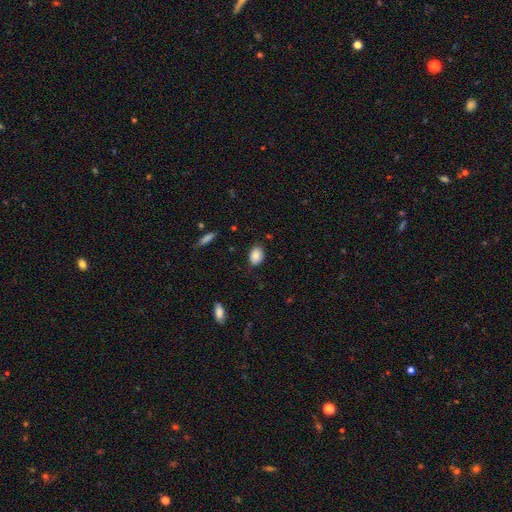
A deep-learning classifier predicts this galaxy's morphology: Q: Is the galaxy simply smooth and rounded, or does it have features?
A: smooth — 87%.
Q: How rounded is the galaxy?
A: in between — 78%.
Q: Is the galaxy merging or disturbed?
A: none — 81%.